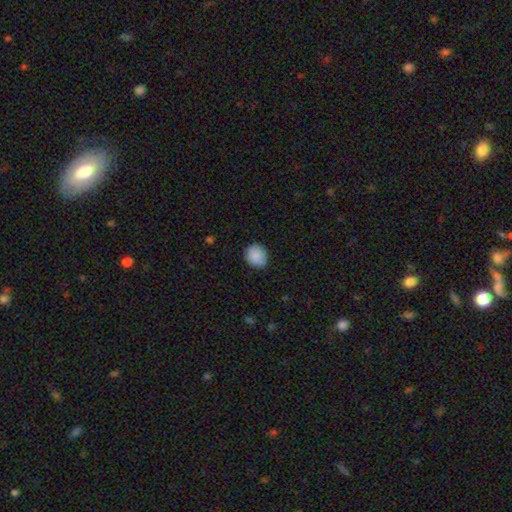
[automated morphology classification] A smooth galaxy with no disk features (89%) that is round (71%). Merging: none (84%).